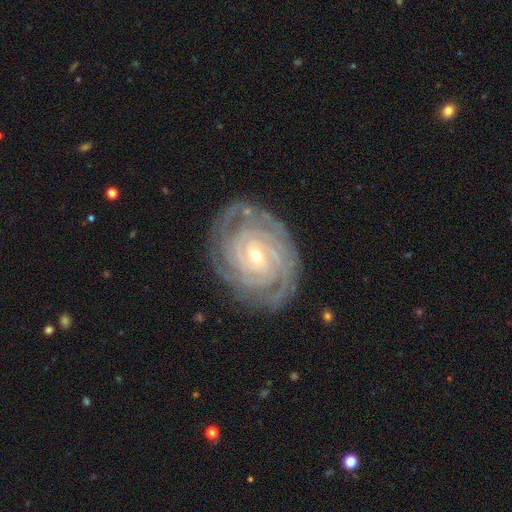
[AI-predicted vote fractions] This is clearly a featured or disk galaxy (90%). It is clearly not viewed edge-on (97%). Bar: possibly no (52%). Spiral arm pattern: clearly yes (98%). Spiral arm count: marginally 4 (23%, tied with can't tell). Spiral winding: clearly tight (86%). Central bulge: likely small (64%). Merging: clearly none (81%).